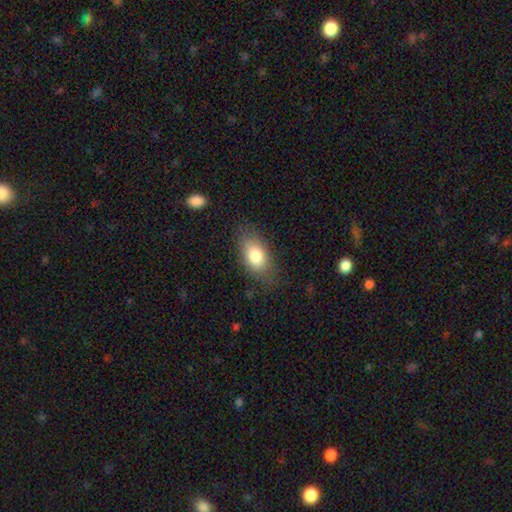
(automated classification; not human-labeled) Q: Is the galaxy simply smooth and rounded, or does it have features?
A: smooth — 80%.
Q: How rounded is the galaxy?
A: in between — 88%.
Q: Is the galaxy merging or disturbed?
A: none — 76%.